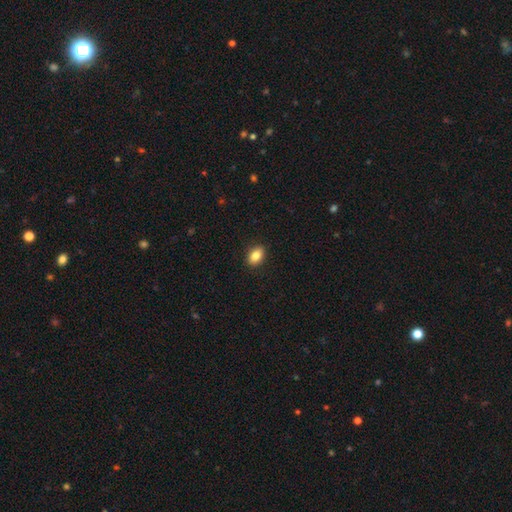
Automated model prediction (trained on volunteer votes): A smooth galaxy with no disk features (86%) that is in between round and cigar-shaped (84%). Merging: none (90%).